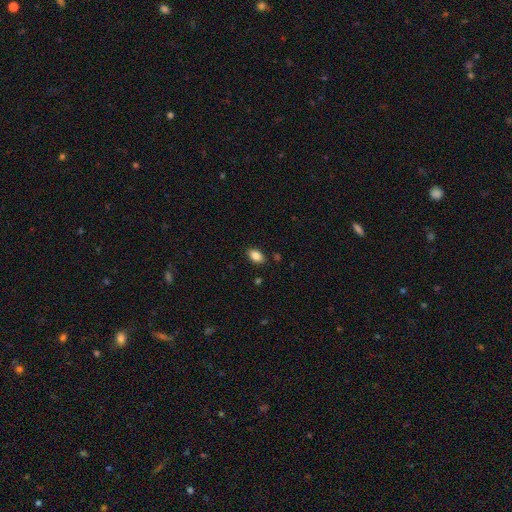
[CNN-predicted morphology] This appears to be a smooth galaxy with no disk features (86%) that is in between round and cigar-shaped (89%). Merging: none (87%).